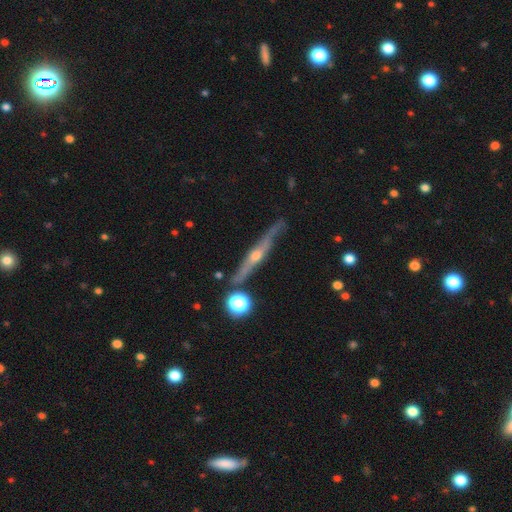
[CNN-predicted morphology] This appears to be a featured or disk galaxy (79%) viewed edge-on (96%) with a rounded central bulge (86%). Merging: none (80%).